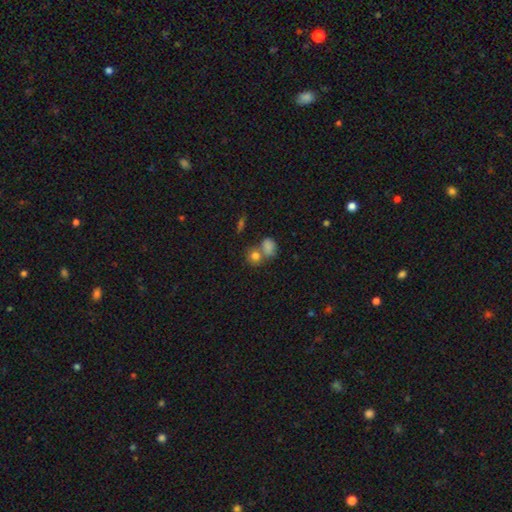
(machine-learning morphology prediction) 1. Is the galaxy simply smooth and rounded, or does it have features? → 81% smooth, 11% star or artifact, 8% featured or disk.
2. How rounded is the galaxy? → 71% round, 28% in between, 1% cigar-shaped.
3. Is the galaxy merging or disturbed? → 45% none, 42% merger, 9% minor disturbance, 4% major disturbance.